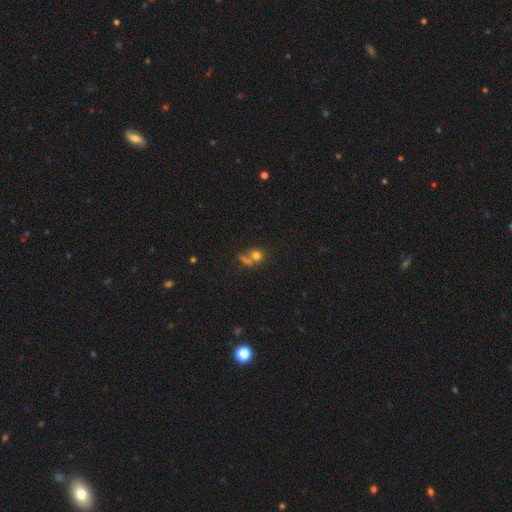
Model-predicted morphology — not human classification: Smooth or featured: smooth — 70% (star or artifact — 16%)
How rounded: round — 79% (in between — 19%)
Merging: none — 44% (merger — 38%)